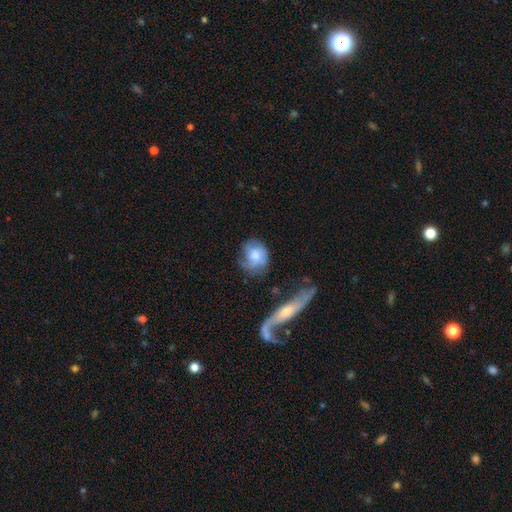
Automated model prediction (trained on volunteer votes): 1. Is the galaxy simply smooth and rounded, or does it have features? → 55% smooth, 37% featured or disk, 7% star or artifact.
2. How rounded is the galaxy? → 62% round, 36% in between, 2% cigar-shaped.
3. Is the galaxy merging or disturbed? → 48% none, 29% minor disturbance, 18% major disturbance, 5% merger.